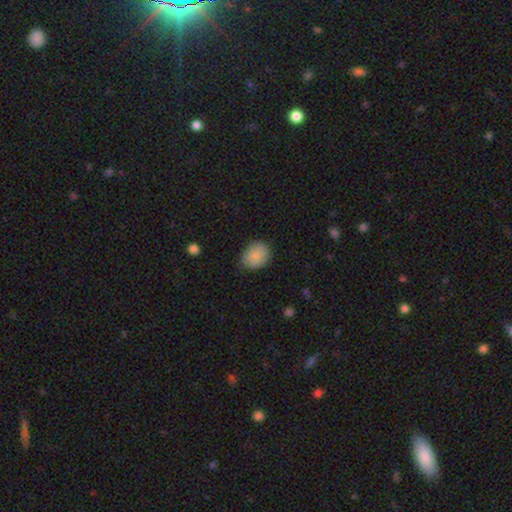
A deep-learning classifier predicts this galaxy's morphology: Smooth or featured? smooth (84%)
How rounded? round (55%)
Merging? none (72%)